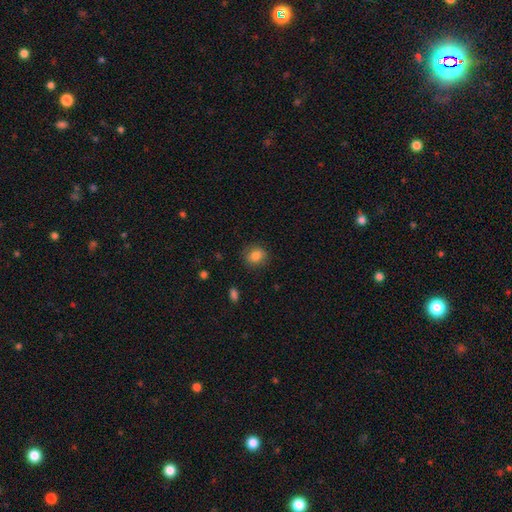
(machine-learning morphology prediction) Q: Smooth or featured?
A: smooth (83%); runner-up: star or artifact (10%)
Q: How rounded?
A: round (75%); runner-up: in between (24%)
Q: Merging?
A: none (85%); runner-up: minor disturbance (11%)